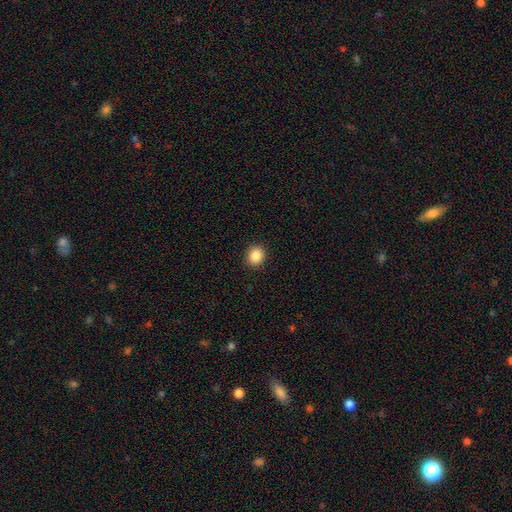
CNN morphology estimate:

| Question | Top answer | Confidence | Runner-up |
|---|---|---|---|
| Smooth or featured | smooth | 88% | star or artifact (9%) |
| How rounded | round | 75% | in between (24%) |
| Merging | none | 91% | minor disturbance (6%) |